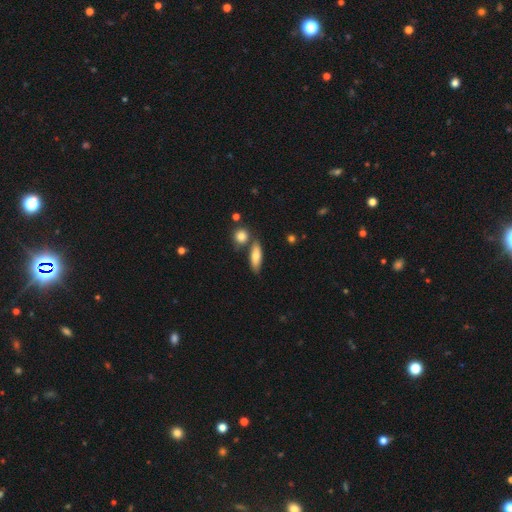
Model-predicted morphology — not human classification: Smooth or featured?
  - smooth: 74% *
  - featured or disk: 19%
  - star or artifact: 7%
How rounded?
  - in between: 56% *
  - cigar-shaped: 39%
  - round: 5%
Merging?
  - none: 69% *
  - merger: 15%
  - minor disturbance: 13%
  - major disturbance: 3%